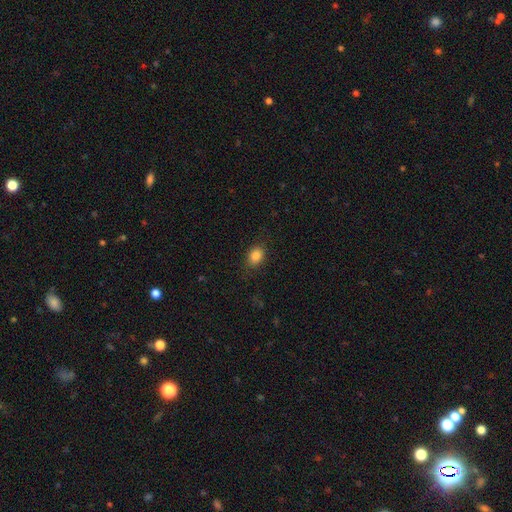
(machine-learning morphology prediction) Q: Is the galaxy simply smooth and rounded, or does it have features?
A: smooth — 86%.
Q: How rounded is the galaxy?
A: in between — 68%.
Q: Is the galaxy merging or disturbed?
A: none — 83%.